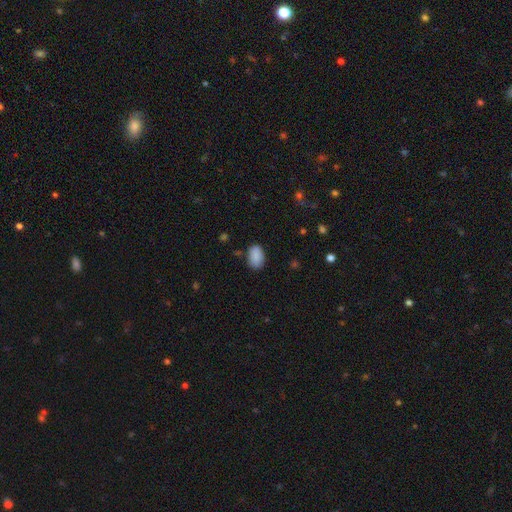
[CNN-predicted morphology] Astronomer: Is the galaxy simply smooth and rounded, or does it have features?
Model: smooth — 89%.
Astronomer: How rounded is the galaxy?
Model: in between — 89%.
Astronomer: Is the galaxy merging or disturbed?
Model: none — 80%.